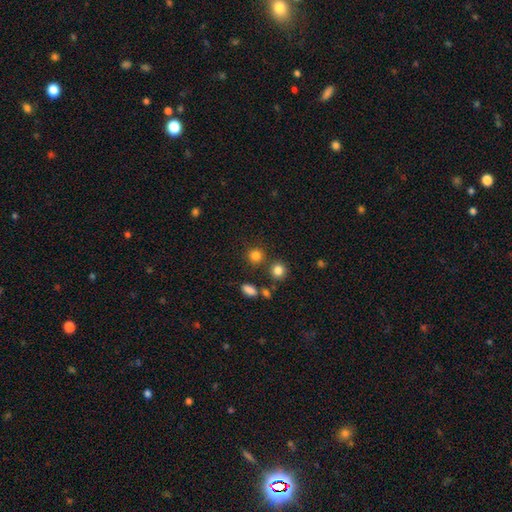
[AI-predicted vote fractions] A smooth galaxy with no disk features (82%) that is round (88%).

Vote fractions:
- Smooth or featured? smooth: 82% / star or artifact: 13% / featured or disk: 5%
- How rounded? round: 88% / in between: 10% / cigar-shaped: 1%
- Merging? none: 77% / merger: 10% / minor disturbance: 8% / major disturbance: 4%